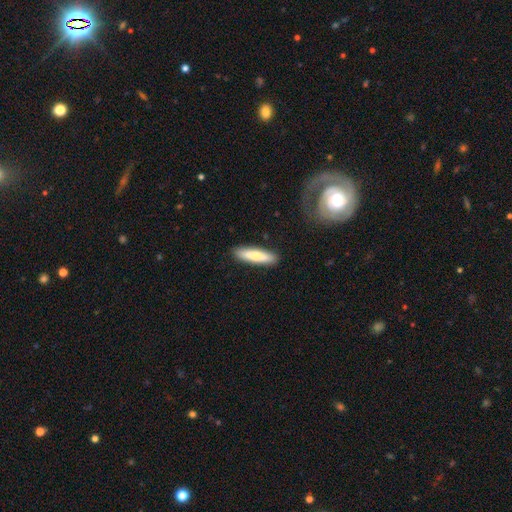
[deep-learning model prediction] Q: Smooth or featured?
A: smooth (71%); runner-up: featured or disk (24%)
Q: How rounded?
A: cigar-shaped (78%); runner-up: in between (21%)
Q: Merging?
A: none (90%); runner-up: minor disturbance (7%)